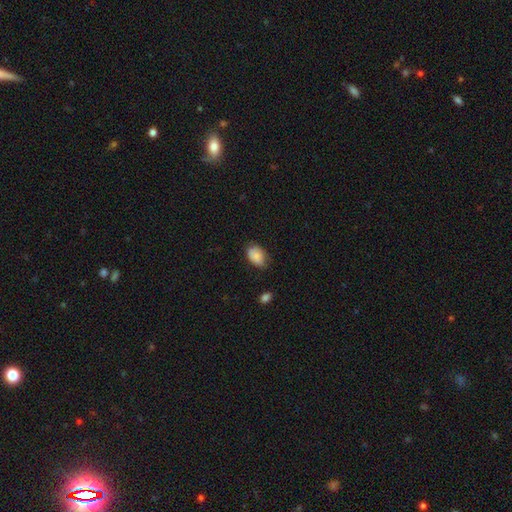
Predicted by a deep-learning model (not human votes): A smooth galaxy with no disk features (86%) that is in between round and cigar-shaped (85%). Merging: none (68%).